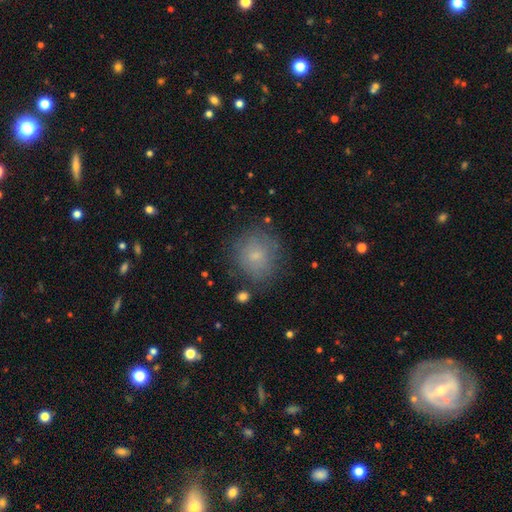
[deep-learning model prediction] Smooth or featured? smooth (70%)
How rounded? round (83%)
Merging? none (76%)